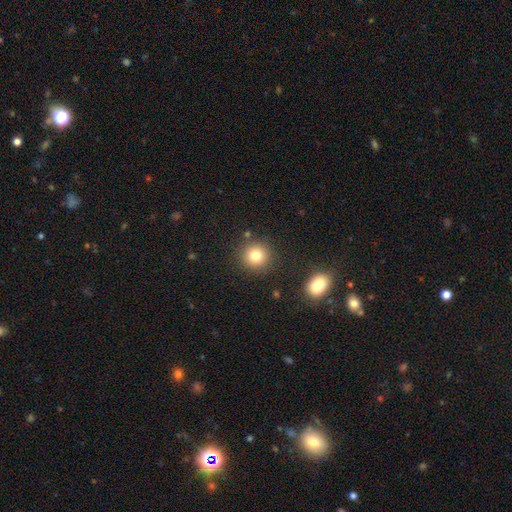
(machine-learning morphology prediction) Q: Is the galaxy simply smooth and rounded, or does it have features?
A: smooth — 81%.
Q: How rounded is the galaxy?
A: round — 92%.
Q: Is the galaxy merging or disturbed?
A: none — 86%.